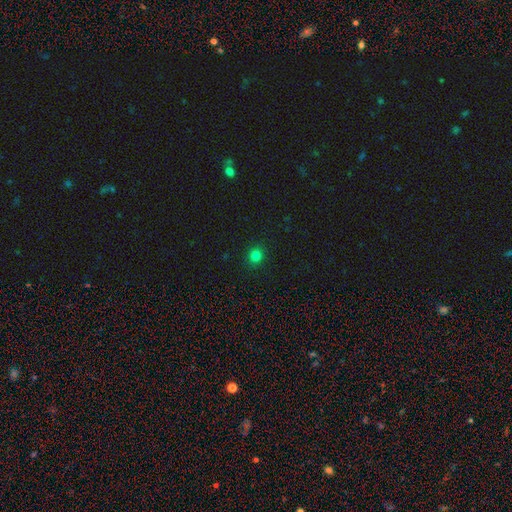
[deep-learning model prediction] Smooth or featured? Predicted: smooth (p=0.79). How rounded? Predicted: round (p=0.88). Merging? Predicted: none (p=0.92).